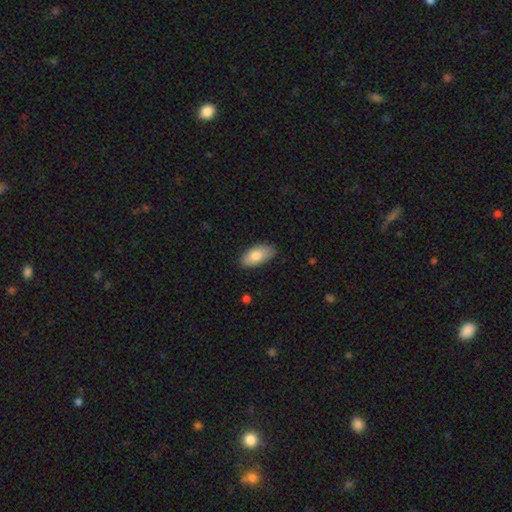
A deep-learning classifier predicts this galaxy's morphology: Smooth or featured? Predicted: smooth (p=0.80). How rounded? Predicted: in between (p=0.93). Merging? Predicted: none (p=0.83).